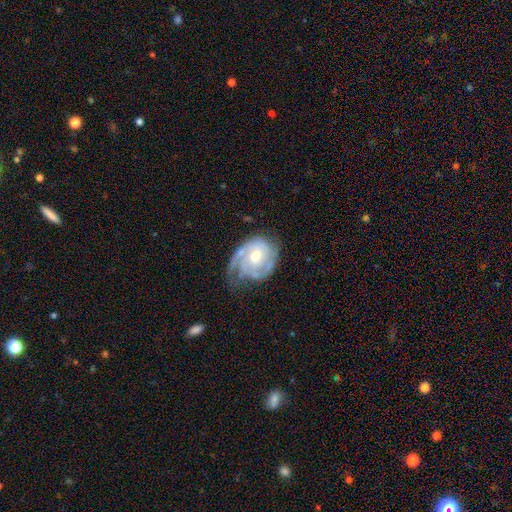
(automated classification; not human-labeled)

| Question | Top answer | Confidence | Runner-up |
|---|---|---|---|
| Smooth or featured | featured or disk | 81% | smooth (14%) |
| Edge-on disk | no | 97% | yes (3%) |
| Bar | no | 64% | weak (30%) |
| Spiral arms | yes | 92% | no (8%) |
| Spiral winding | tight | 57% | medium (32%) |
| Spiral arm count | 2 | 38% | 1 (22%) |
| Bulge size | moderate | 69% | small (25%) |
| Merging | none | 46% | minor disturbance (30%) |